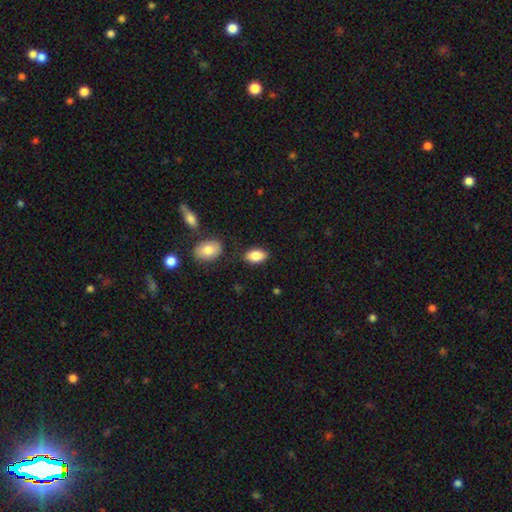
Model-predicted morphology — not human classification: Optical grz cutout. It shows a smooth galaxy with no disk features (85%) that is in between round and cigar-shaped (92%). Merging: none (79%).